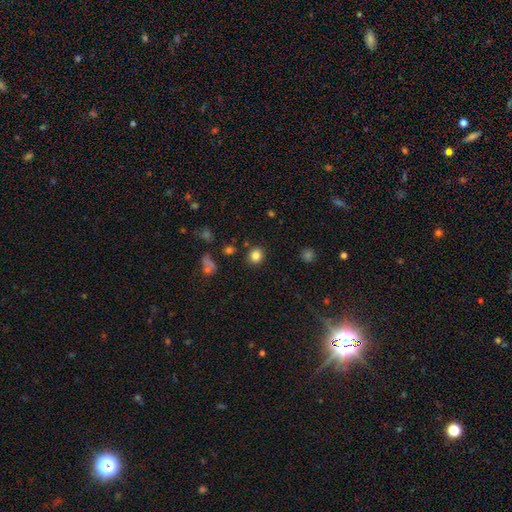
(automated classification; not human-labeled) Overall: smooth (83%). How rounded: round (86%). Merging: none (88%).